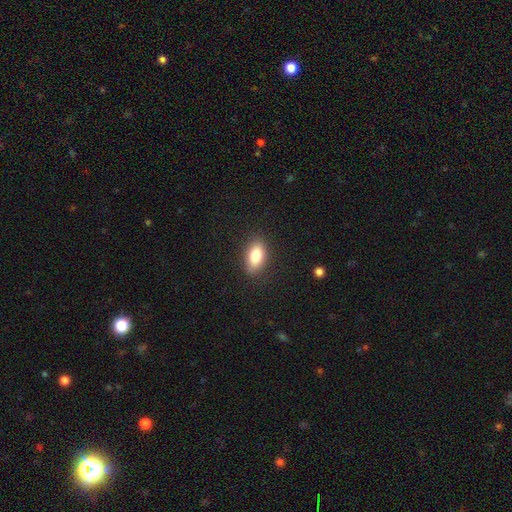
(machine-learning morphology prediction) type=smooth (83%); roundness=in between (89%); merging=none (86%).